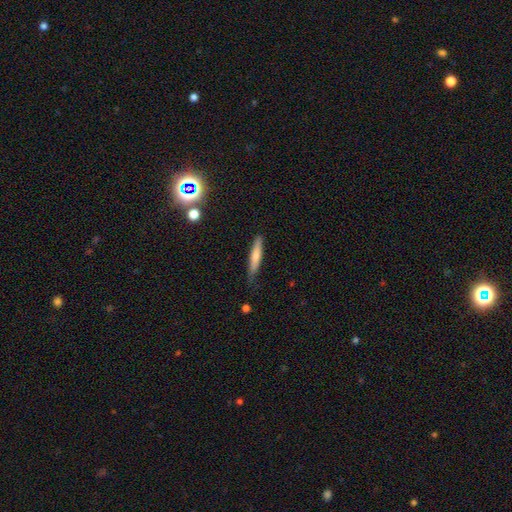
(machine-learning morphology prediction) smooth 70%, featured or disk 24%, star or artifact 6%. Down the decision tree: how rounded — cigar-shaped (90%); merging — none (78%).